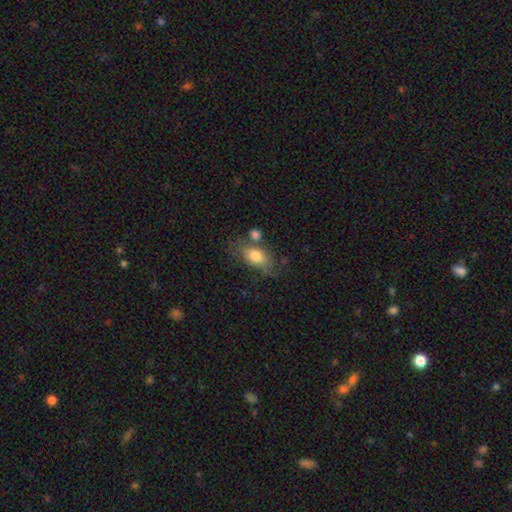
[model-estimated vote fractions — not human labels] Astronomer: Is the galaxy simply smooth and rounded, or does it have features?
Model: smooth — 75%.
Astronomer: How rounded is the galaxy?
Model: in between — 83%.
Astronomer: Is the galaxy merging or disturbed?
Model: none — 51%.